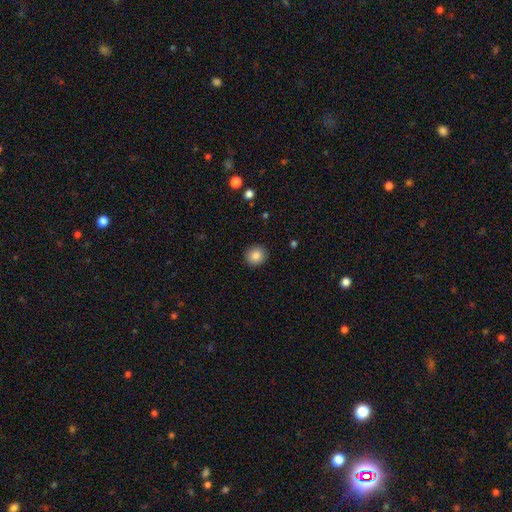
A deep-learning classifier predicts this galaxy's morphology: This appears to be a smooth galaxy with no disk features (85%) that is round (88%). Merging: none (91%).